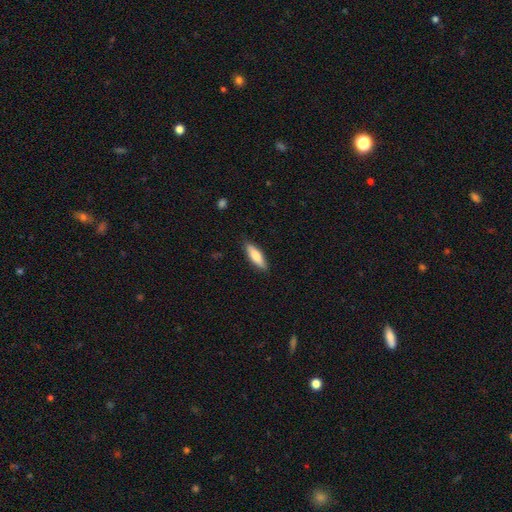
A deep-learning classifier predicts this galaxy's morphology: smooth_or_featured: smooth (p=0.73) [alt: featured or disk p=0.22]
how_rounded: cigar-shaped (p=0.58) [alt: in between p=0.40]
merging: none (p=0.88) [alt: minor disturbance p=0.09]